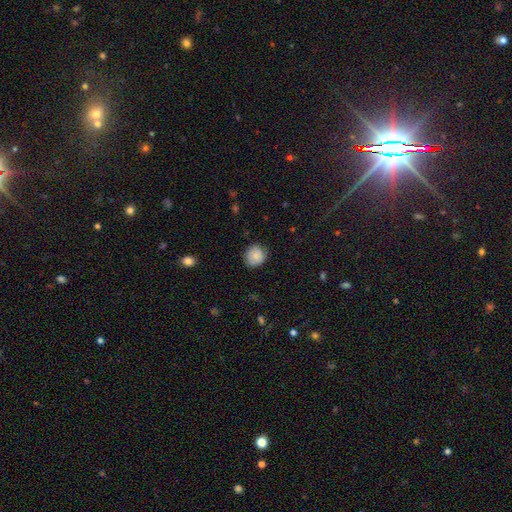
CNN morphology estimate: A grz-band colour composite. It shows a smooth galaxy with no disk features (83%) that is round (84%). Merging: none (79%).